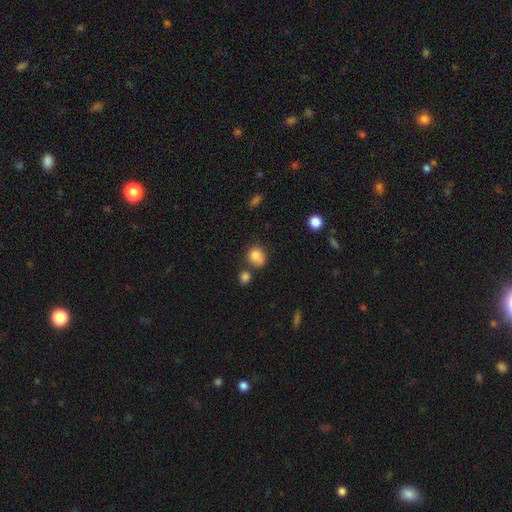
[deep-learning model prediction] smooth_or_featured: smooth (p=0.82) [alt: star or artifact p=0.10]
how_rounded: round (p=0.72) [alt: in between p=0.27]
merging: none (p=0.55) [alt: minor disturbance p=0.21]